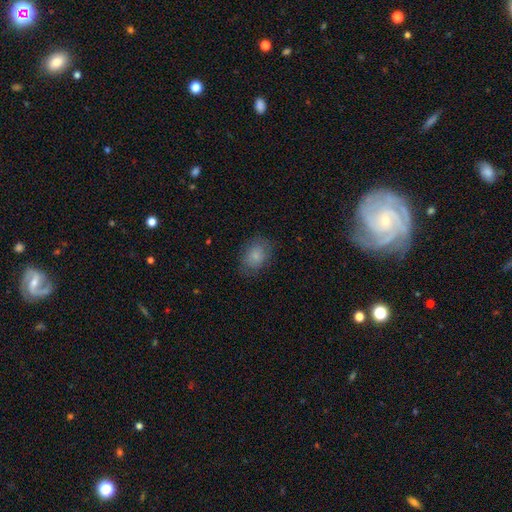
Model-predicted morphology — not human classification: type=smooth (82%); roundness=in between (71%); merging=none (76%).